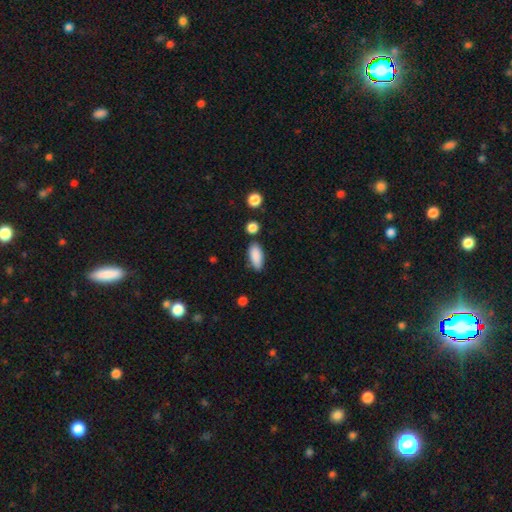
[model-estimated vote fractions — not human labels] This appears to be a smooth galaxy with no disk features (88%) that is in between round and cigar-shaped (84%). Merging: none (75%).